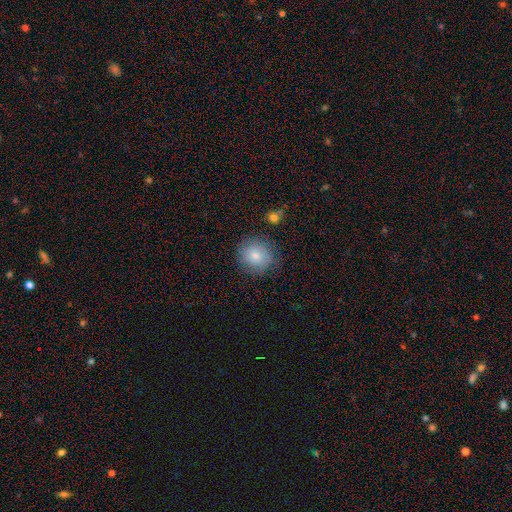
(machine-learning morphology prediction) A smooth galaxy with no disk features (80%) that is round (88%). Merging: none (81%).